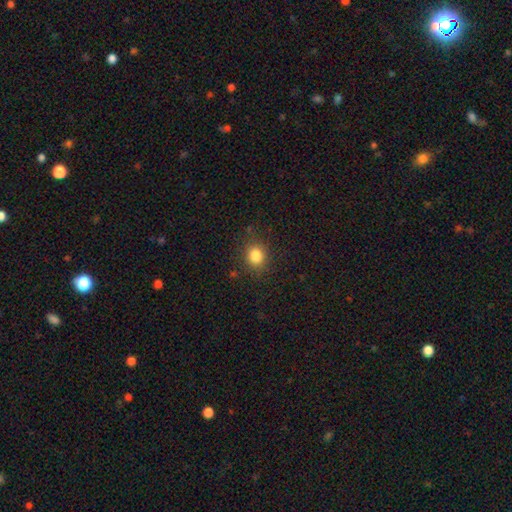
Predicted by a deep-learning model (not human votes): Overall: smooth (83%). How rounded: round (75%). Merging: none (85%).